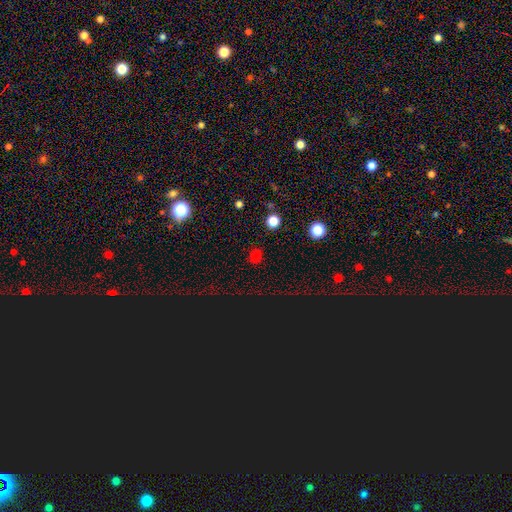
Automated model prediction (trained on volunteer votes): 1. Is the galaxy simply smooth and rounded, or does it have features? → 61% smooth, 35% star or artifact, 4% featured or disk.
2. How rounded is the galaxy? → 77% round, 22% in between, 2% cigar-shaped.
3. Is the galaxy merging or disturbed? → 85% none, 9% minor disturbance, 4% major disturbance, 2% merger.